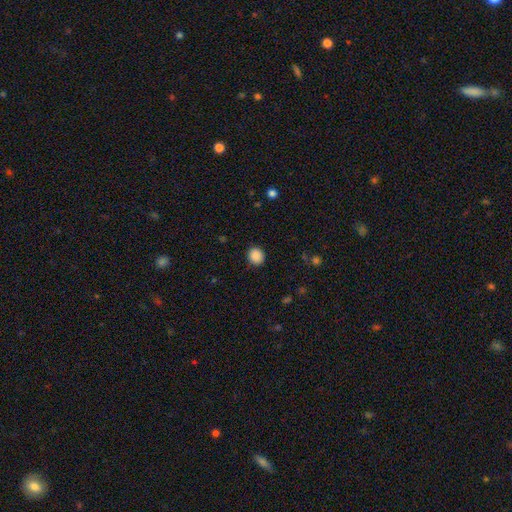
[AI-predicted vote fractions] This appears to be a smooth galaxy with no disk features (88%) that is round (83%). Merging: none (89%).